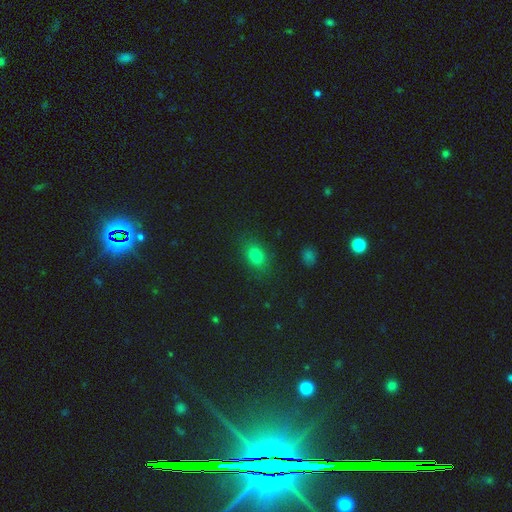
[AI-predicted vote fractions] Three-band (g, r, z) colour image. It shows a smooth galaxy with no disk features (79%) that is in between round and cigar-shaped (74%). Merging: none (83%).